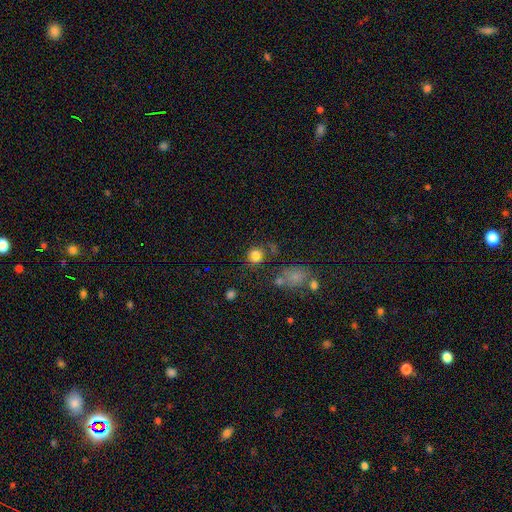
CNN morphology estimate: Smooth or featured? smooth (78%)
How rounded? round (85%)
Merging? none (67%)